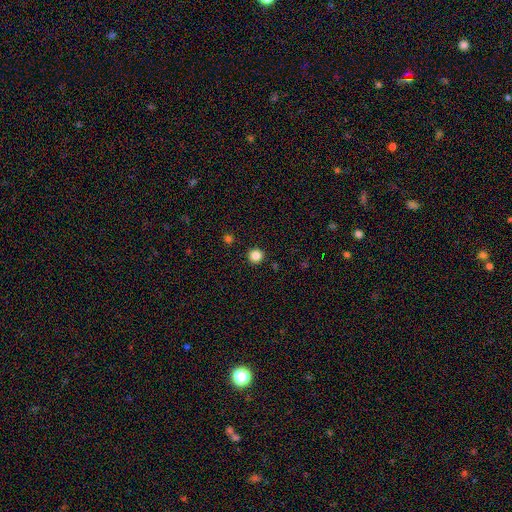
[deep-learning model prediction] smooth 85%, star or artifact 12%, featured or disk 3%. Down the decision tree: how rounded — round (96%); merging — none (93%).